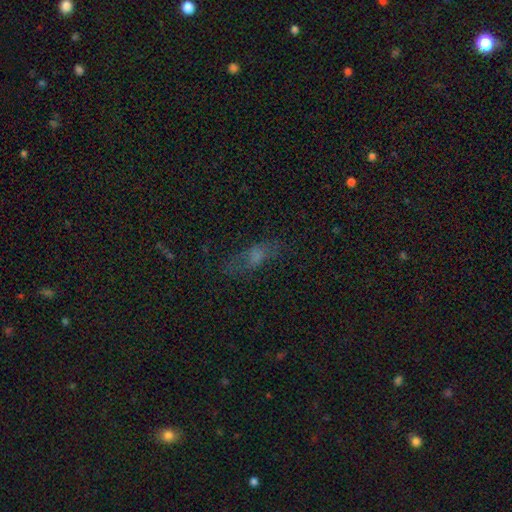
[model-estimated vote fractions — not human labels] This appears to be a smooth galaxy with no disk features (46%). Merging: none (68%).